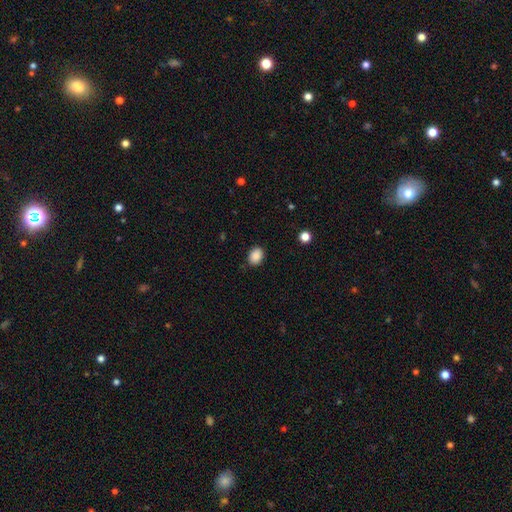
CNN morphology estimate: This appears to be a smooth galaxy with no disk features (88%) that is in between round and cigar-shaped (67%). Merging: none (86%).